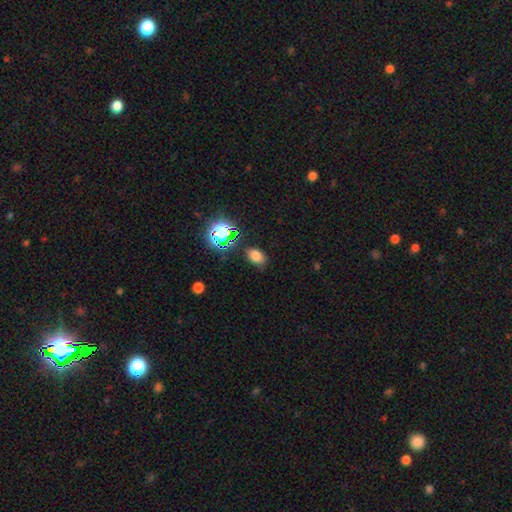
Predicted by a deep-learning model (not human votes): Q: Smooth or featured?
A: smooth (72%); runner-up: star or artifact (21%)
Q: How rounded?
A: in between (81%); runner-up: round (18%)
Q: Merging?
A: none (80%); runner-up: minor disturbance (14%)